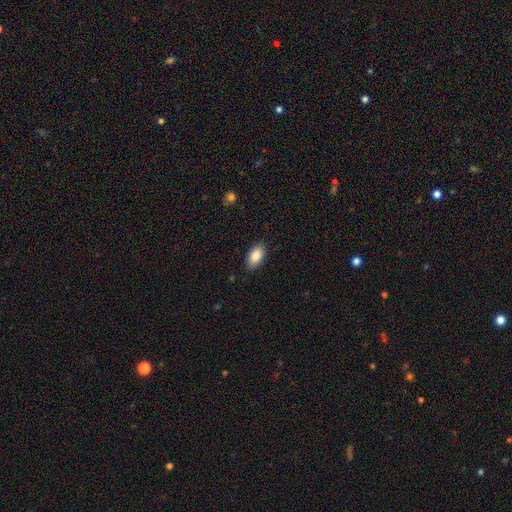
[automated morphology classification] smooth-or-featured: smooth: 86% | featured or disk: 7% | star or artifact: 7%
  how-rounded: in between: 93% | round: 4% | cigar-shaped: 3%
  merging: none: 87% | minor disturbance: 10% | major disturbance: 2% | merger: 1%